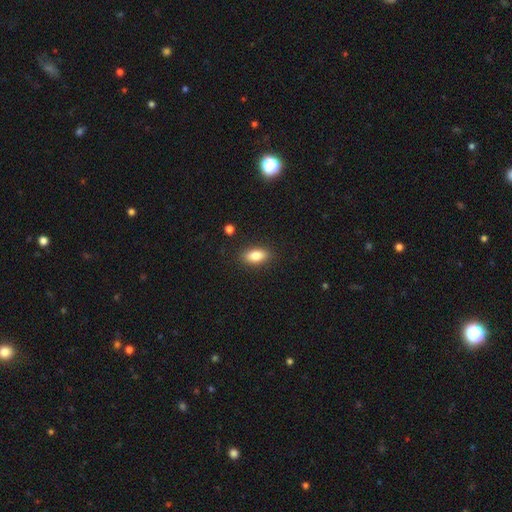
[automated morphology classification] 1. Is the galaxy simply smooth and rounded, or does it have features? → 81% smooth, 11% featured or disk, 8% star or artifact.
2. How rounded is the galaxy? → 86% in between, 8% cigar-shaped, 6% round.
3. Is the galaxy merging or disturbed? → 87% none, 9% minor disturbance, 2% major disturbance, 1% merger.